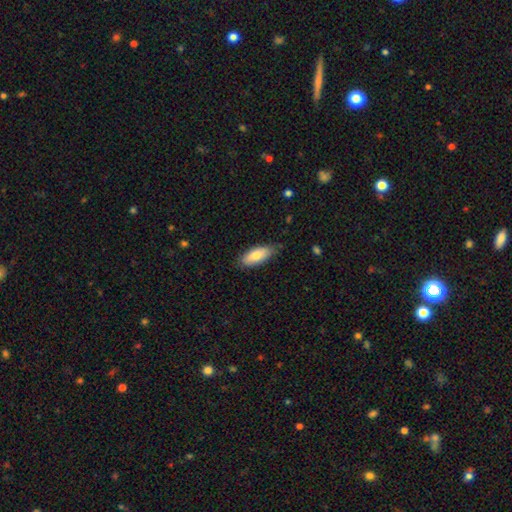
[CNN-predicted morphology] Smooth or featured: smooth — 79% (featured or disk — 15%)
How rounded: in between — 82% (cigar-shaped — 16%)
Merging: none — 76% (minor disturbance — 20%)